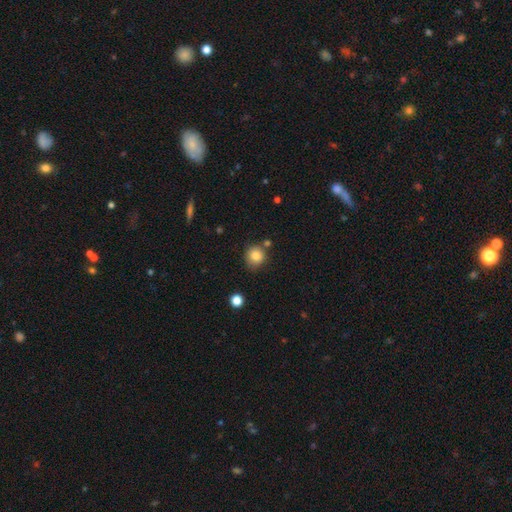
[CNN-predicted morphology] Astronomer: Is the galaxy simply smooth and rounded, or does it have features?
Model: smooth — 84%.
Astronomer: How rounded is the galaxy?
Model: round — 86%.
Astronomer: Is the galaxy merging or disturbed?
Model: none — 73%.